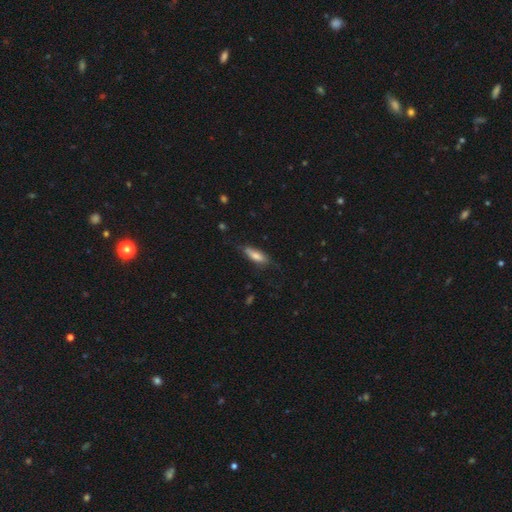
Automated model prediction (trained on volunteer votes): A smooth galaxy with no disk features (75%) that is in between round and cigar-shaped (54%). Merging: none (68%).